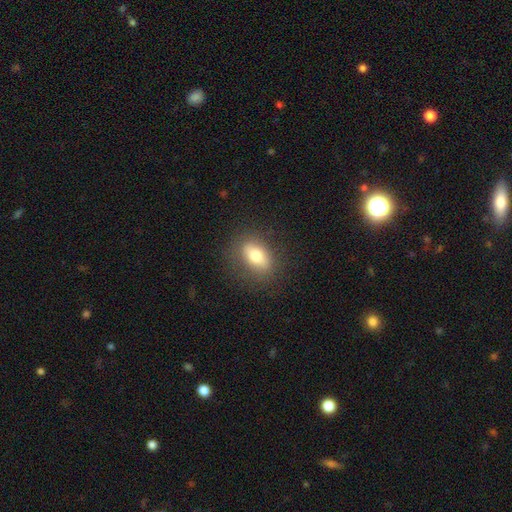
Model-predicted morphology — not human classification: This appears to be a smooth galaxy with no disk features (69%) that is in between round and cigar-shaped (79%). Merging: none (83%).